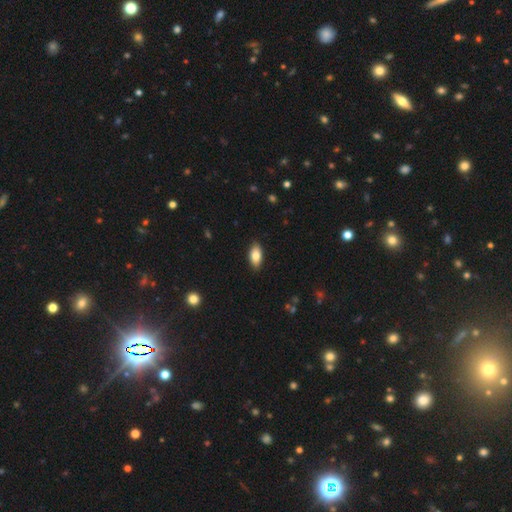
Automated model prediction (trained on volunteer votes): This appears to be a smooth galaxy with no disk features (82%) that is in between round and cigar-shaped (91%). Merging: none (88%).